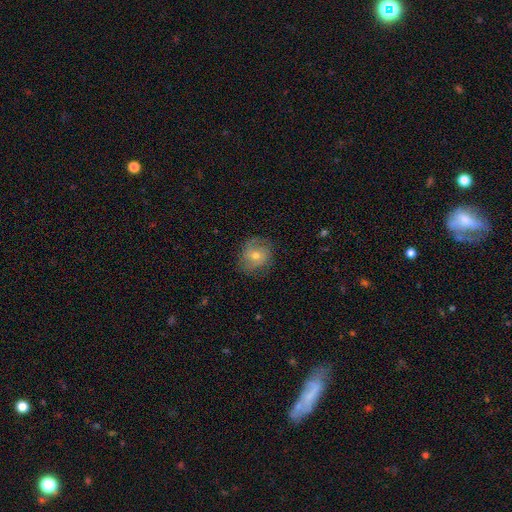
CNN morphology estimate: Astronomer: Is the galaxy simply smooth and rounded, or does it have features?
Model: featured or disk — 53% (runner-up: smooth, 36%).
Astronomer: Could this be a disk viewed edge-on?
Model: no — 96%.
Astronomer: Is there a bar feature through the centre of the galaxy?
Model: no — 64%.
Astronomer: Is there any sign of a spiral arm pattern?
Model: yes — 77%.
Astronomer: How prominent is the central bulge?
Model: moderate — 59% (runner-up: small, 36%).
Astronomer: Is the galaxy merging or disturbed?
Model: none — 74%.